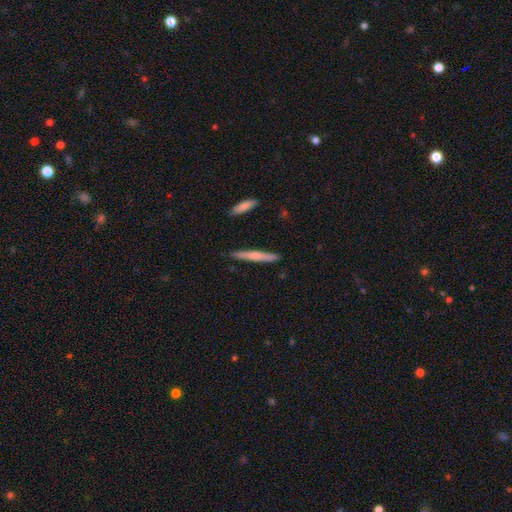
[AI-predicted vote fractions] Smooth or featured? smooth (54%)
How rounded? cigar-shaped (95%)
Merging? none (88%)